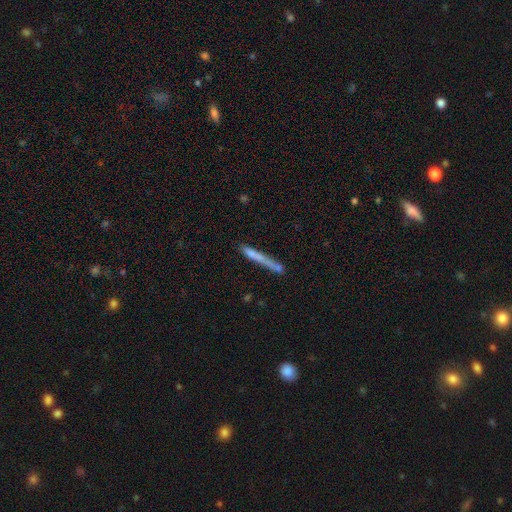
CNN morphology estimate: Smooth or featured? Predicted: smooth (p=0.62). How rounded? Predicted: cigar-shaped (p=0.94). Merging? Predicted: none (p=0.58).